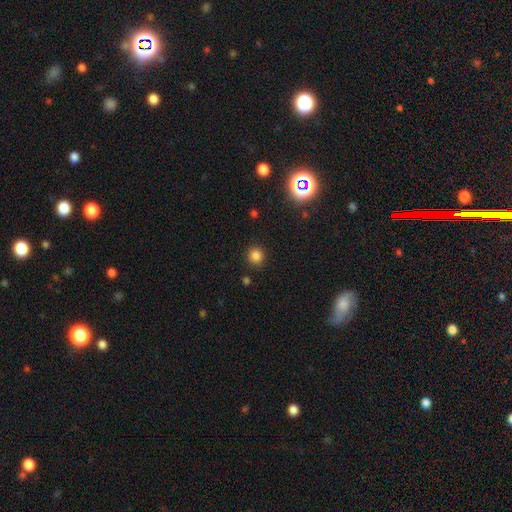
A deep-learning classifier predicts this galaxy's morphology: This is clearly a smooth galaxy (82%). How rounded: clearly round (91%). Merging: clearly none (90%).